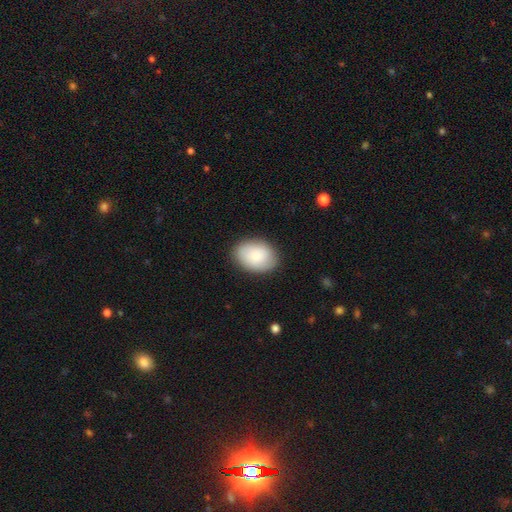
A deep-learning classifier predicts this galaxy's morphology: Overall: smooth (81%). How rounded: in between (77%). Merging: none (85%).